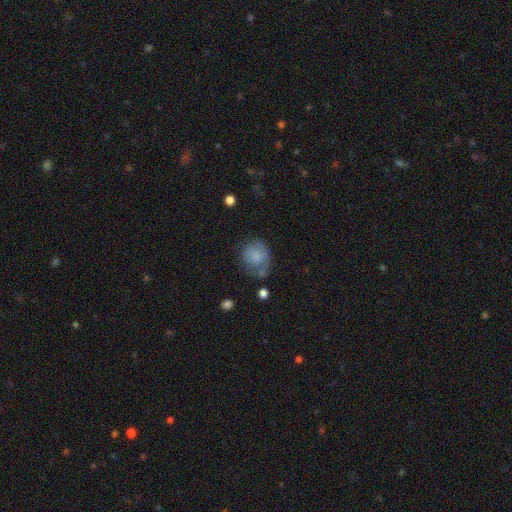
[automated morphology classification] Smooth or featured? Predicted: smooth (p=0.77). How rounded? Predicted: round (p=0.74). Merging? Predicted: none (p=0.49).